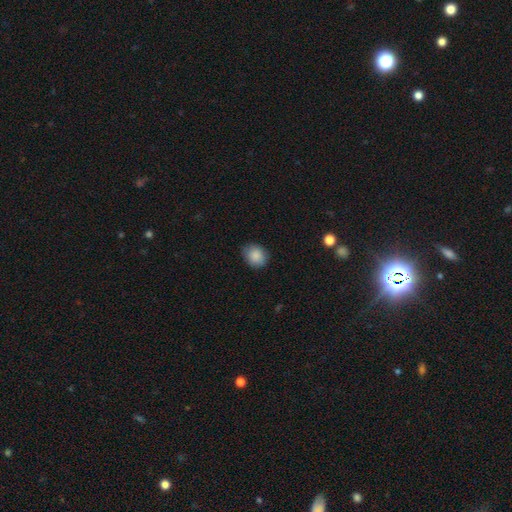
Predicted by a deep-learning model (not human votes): This is clearly a smooth galaxy (88%). How rounded: likely round (60%). Merging: likely none (80%).